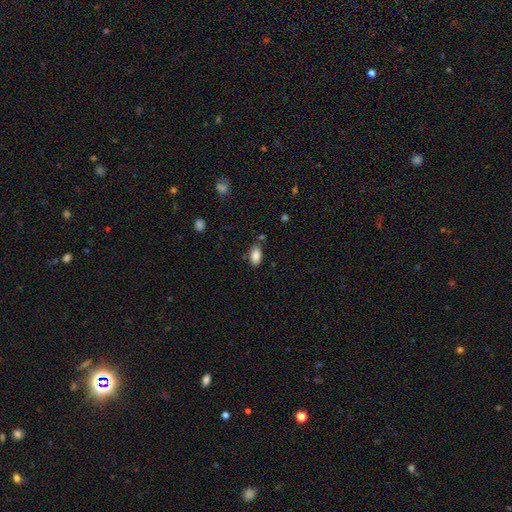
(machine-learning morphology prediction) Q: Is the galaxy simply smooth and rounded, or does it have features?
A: smooth — 88%.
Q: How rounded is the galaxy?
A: in between — 93%.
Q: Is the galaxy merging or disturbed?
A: none — 76%.